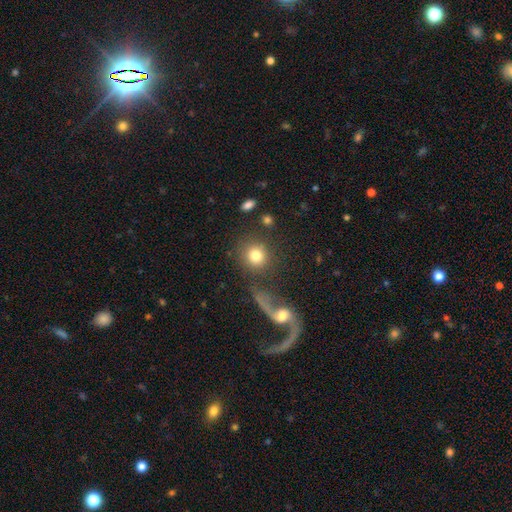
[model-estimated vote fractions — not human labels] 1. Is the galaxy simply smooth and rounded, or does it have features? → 80% smooth, 11% featured or disk, 9% star or artifact.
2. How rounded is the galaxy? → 88% round, 11% in between, 2% cigar-shaped.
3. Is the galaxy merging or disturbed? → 70% none, 13% merger, 10% minor disturbance, 7% major disturbance.